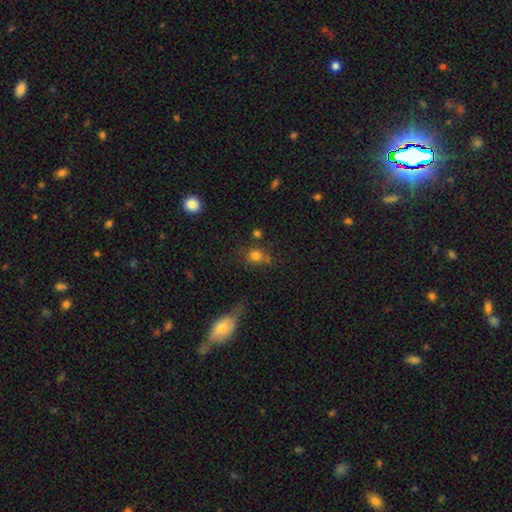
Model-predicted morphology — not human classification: This appears to be a smooth galaxy with no disk features (76%) that is round (66%). Merging: none (58%).